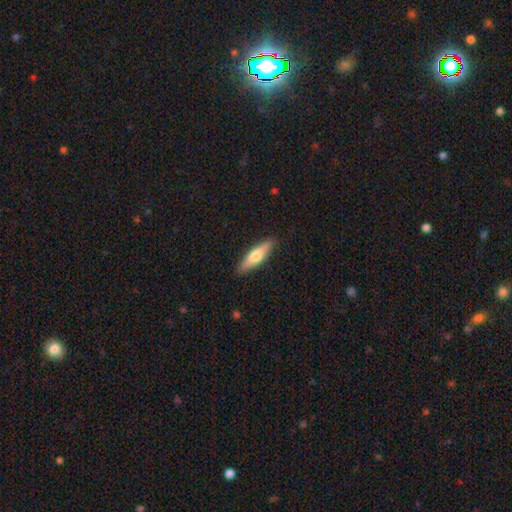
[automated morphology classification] The model was most divided on "smooth or featured": smooth: 58%, featured or disk: 37%, star or artifact: 6%. More confident: merging — none (88%); how rounded — cigar-shaped (69%).